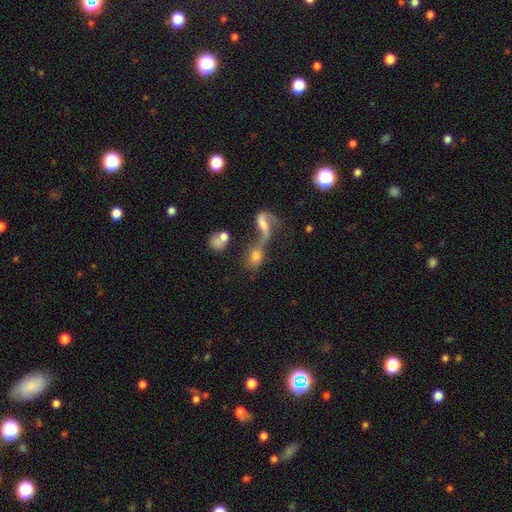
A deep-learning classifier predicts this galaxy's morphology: Smooth or featured?
  - smooth: 59% *
  - featured or disk: 29%
  - star or artifact: 12%
How rounded?
  - in between: 69% *
  - round: 24%
  - cigar-shaped: 7%
Merging?
  - merger: 67% *
  - none: 15%
  - major disturbance: 11%
  - minor disturbance: 7%